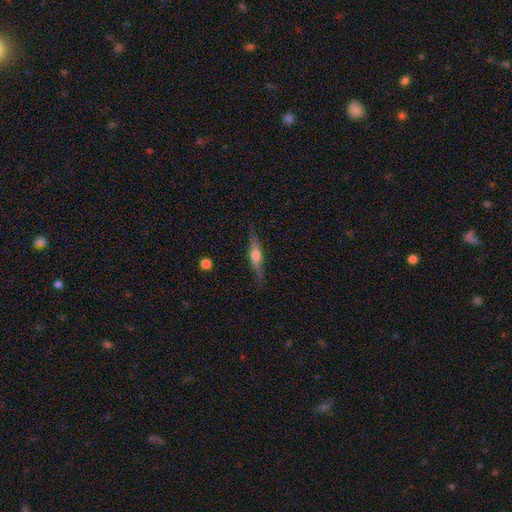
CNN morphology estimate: Smooth or featured? featured or disk (49%)
Merging? none (80%)